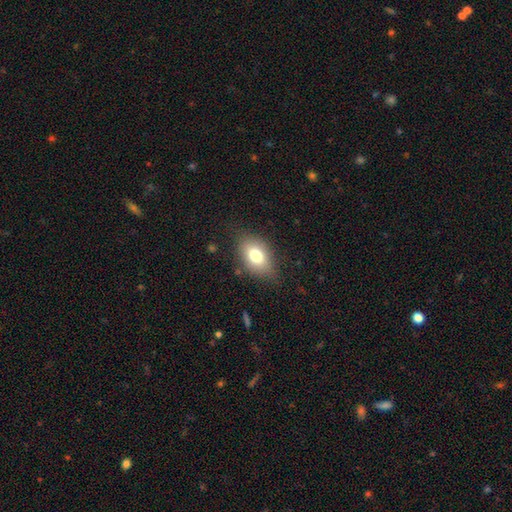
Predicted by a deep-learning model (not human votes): Smooth or featured? Predicted: smooth (p=0.76). How rounded? Predicted: in between (p=0.84). Merging? Predicted: none (p=0.76).